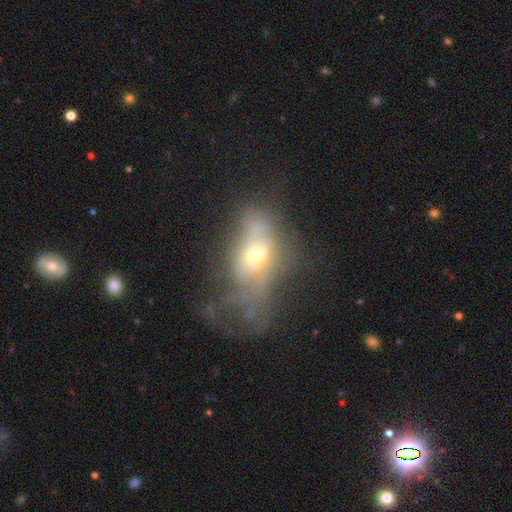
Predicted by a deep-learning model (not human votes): This appears to be a featured or disk galaxy (45%). Merging: major disturbance (47%).